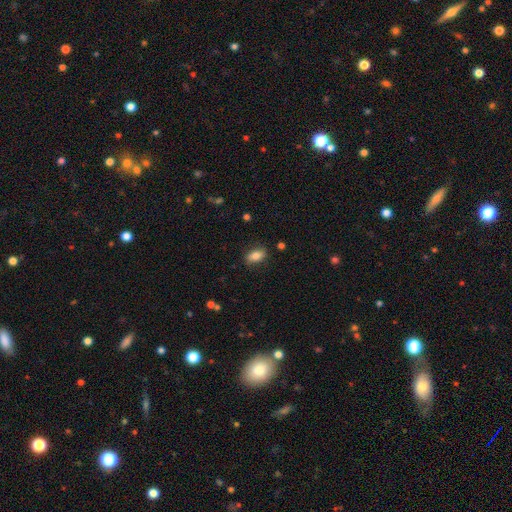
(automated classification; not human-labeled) Q: Smooth or featured?
A: smooth (81%); runner-up: featured or disk (11%)
Q: How rounded?
A: in between (87%); runner-up: cigar-shaped (7%)
Q: Merging?
A: none (83%); runner-up: minor disturbance (13%)